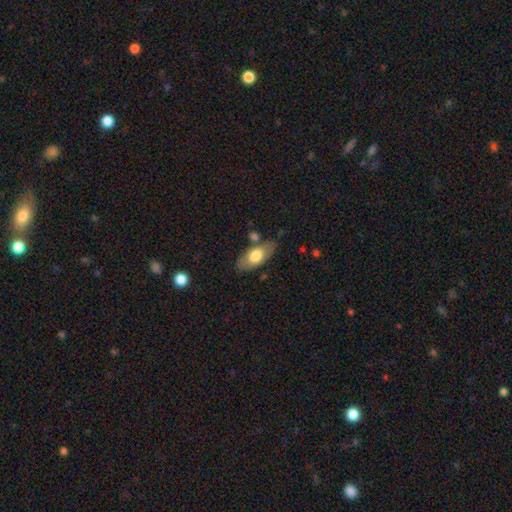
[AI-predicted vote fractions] smooth-or-featured: smooth: 68% | featured or disk: 27% | star or artifact: 6%
  how-rounded: in between: 86% | cigar-shaped: 11% | round: 3%
  merging: none: 71% | minor disturbance: 17% | merger: 7% | major disturbance: 4%